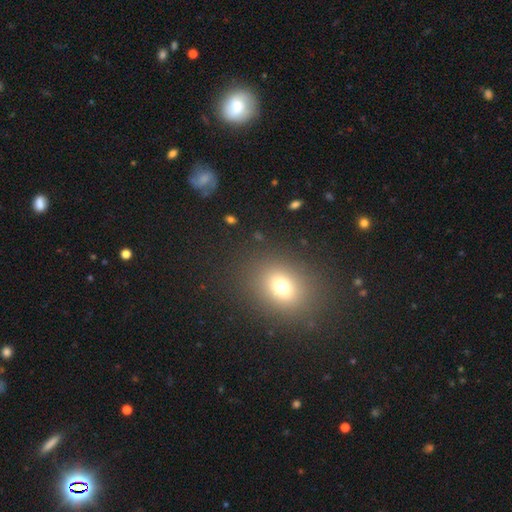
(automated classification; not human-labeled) Smooth or featured? Predicted: smooth (p=0.63). How rounded? Predicted: in between (p=0.53). Merging? Predicted: none (p=0.88).